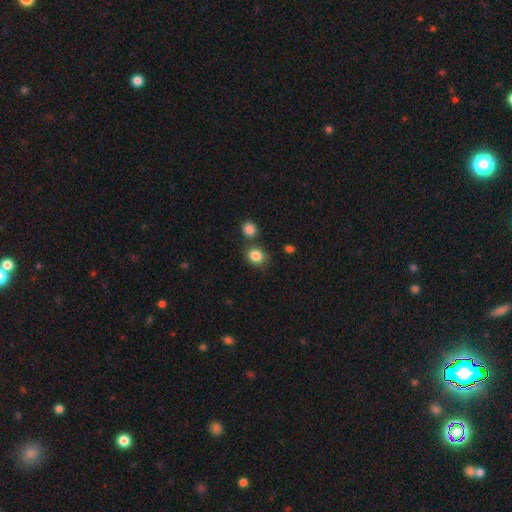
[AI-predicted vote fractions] Q: Smooth or featured?
A: smooth (85%); runner-up: star or artifact (10%)
Q: How rounded?
A: round (70%); runner-up: in between (29%)
Q: Merging?
A: none (70%); runner-up: merger (14%)